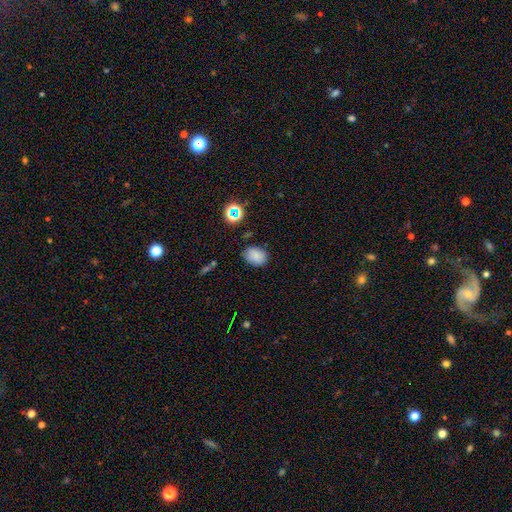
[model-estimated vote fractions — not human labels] Morphology: type=smooth (81%); roundness=in between (73%); merging=none (79%).